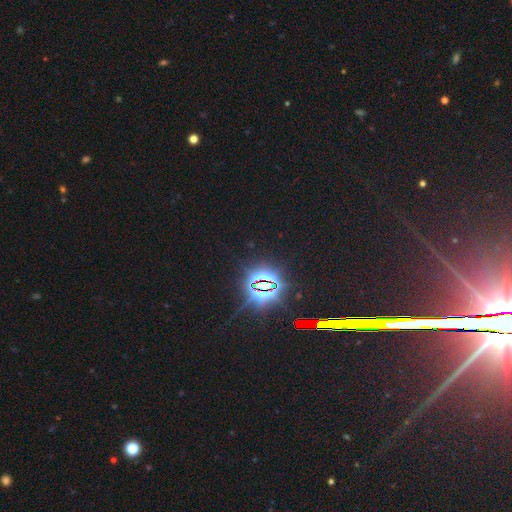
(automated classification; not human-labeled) Overall: star or artifact (78%).